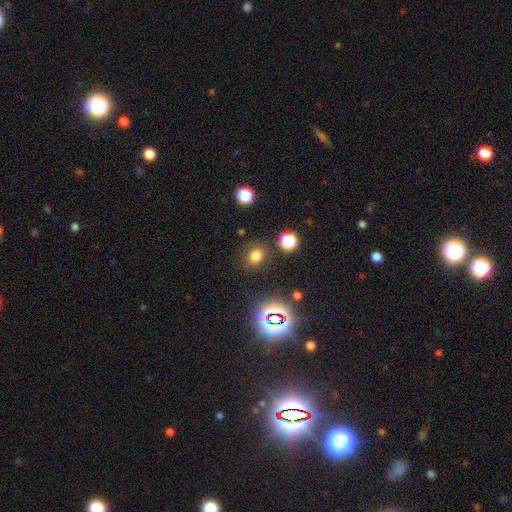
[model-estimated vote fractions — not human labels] Smooth or featured? smooth (73%)
How rounded? round (56%)
Merging? none (82%)